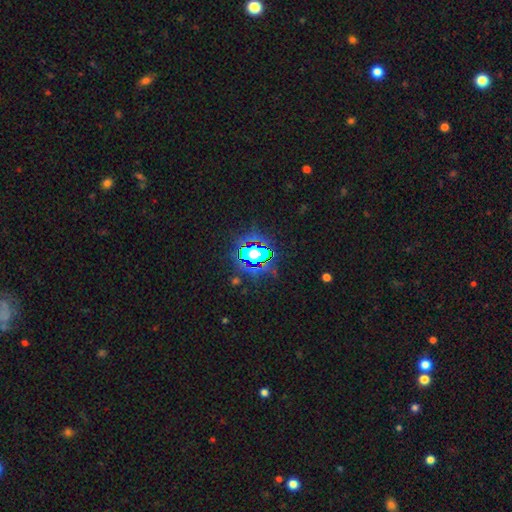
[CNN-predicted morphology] Overall: star or artifact (57%; smooth 28%).